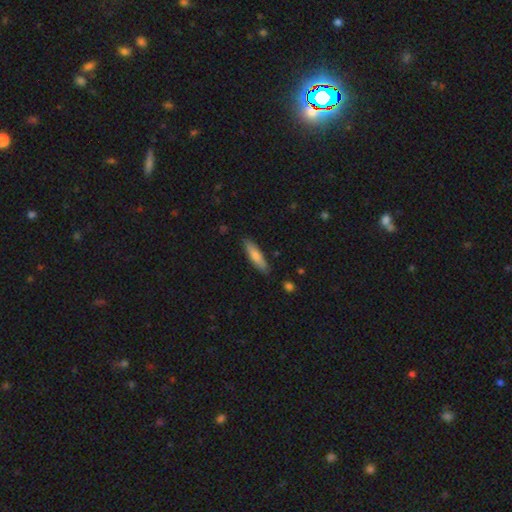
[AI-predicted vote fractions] smooth 77%, featured or disk 17%, star or artifact 6%. Down the decision tree: how rounded — cigar-shaped (75%); merging — none (87%).